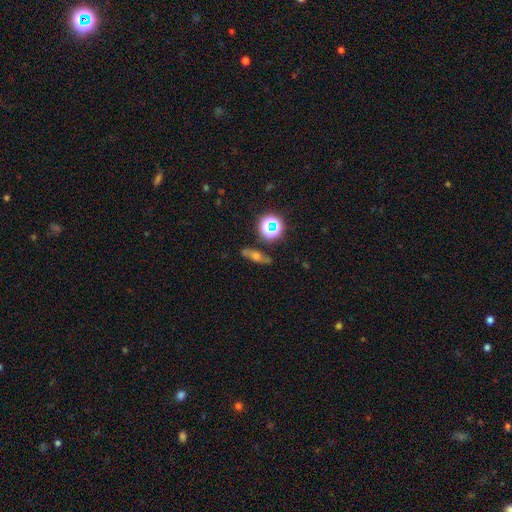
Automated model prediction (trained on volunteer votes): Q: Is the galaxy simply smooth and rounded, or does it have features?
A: featured or disk — 39%.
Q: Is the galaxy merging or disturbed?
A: none — 79%.